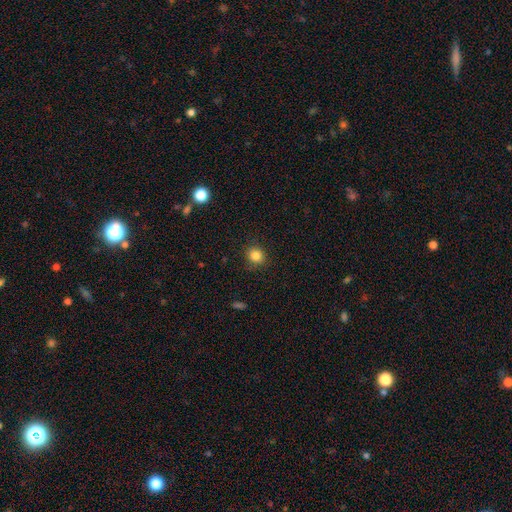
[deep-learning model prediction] smooth 84%, star or artifact 11%, featured or disk 5%. Down the decision tree: how rounded — round (84%); merging — none (88%).